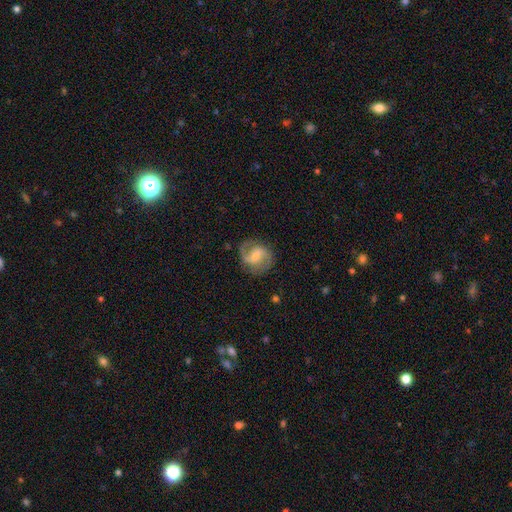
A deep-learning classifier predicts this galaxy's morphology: Overall: featured or disk (80%). Edge-on disk: no (98%). Bar: weak (55%; no 24%). Spiral arms: yes (95%). Spiral arm count: 2 (86%). Spiral winding: medium (53%; loose 30%). Bulge size: small (34%; moderate 29%). Merging: none (75%).